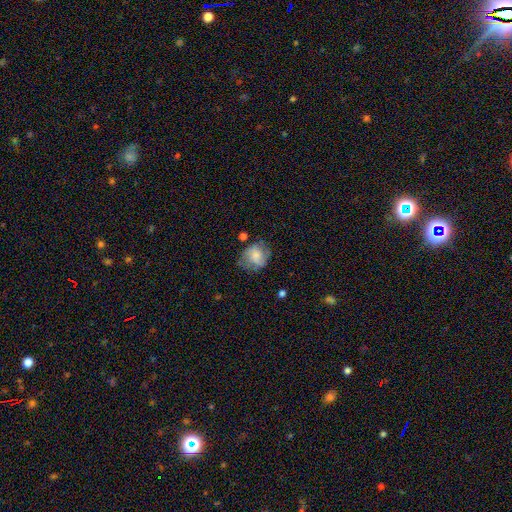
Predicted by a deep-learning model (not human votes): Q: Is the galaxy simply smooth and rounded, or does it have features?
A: smooth — 63%.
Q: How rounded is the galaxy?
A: round — 66%.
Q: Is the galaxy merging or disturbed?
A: none — 55%.